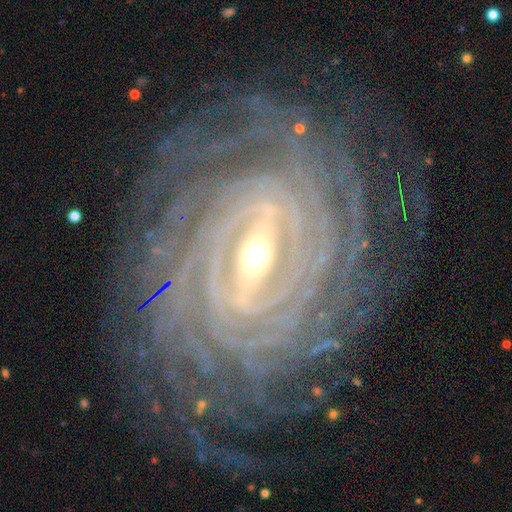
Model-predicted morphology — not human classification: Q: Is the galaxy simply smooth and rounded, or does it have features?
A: featured or disk — 92%.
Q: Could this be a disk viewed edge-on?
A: no — 95%.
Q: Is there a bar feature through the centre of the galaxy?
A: strong — 62%.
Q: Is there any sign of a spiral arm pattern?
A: yes — 98%.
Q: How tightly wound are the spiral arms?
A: tight — 87%.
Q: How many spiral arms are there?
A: more than 4 — 41%.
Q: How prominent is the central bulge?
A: moderate — 54%.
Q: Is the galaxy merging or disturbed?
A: none — 79%.